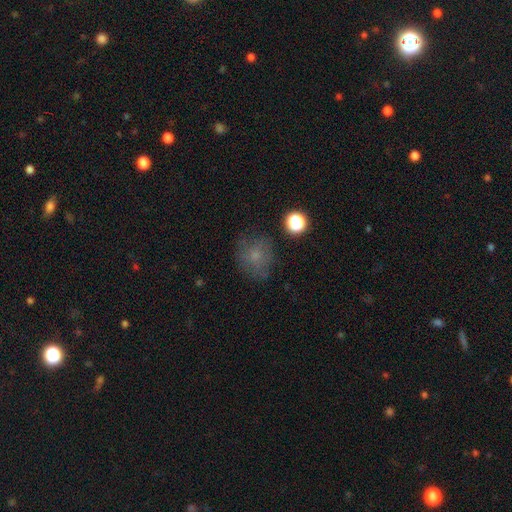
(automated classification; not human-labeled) Smooth or featured? Predicted: smooth (p=0.67). How rounded? Predicted: round (p=0.76). Merging? Predicted: none (p=0.70).